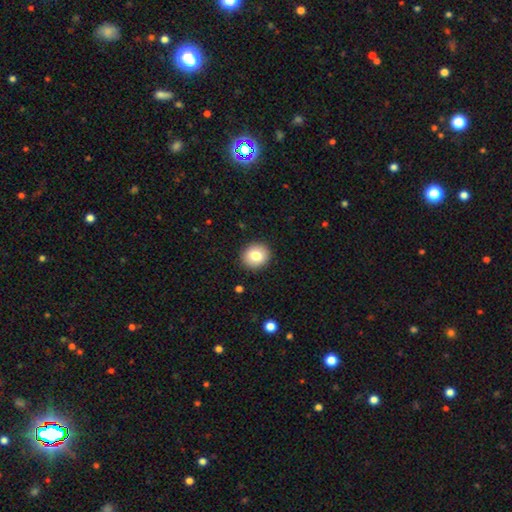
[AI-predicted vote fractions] Overall: smooth (79%). How rounded: round (83%). Merging: none (91%).